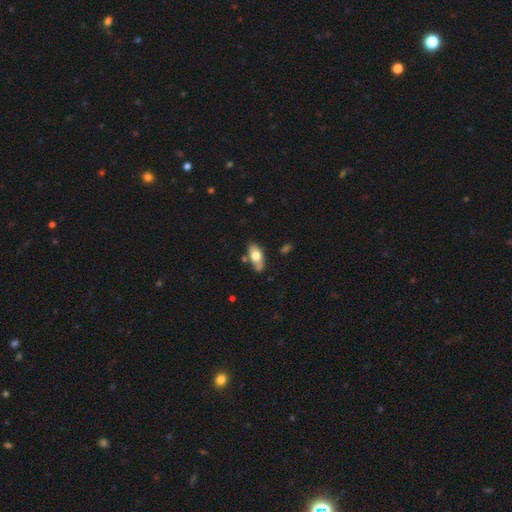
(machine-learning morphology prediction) smooth_or_featured: smooth (p=0.68) [alt: featured or disk p=0.26]
how_rounded: in between (p=0.86) [alt: cigar-shaped p=0.10]
merging: none (p=0.69) [alt: minor disturbance p=0.20]